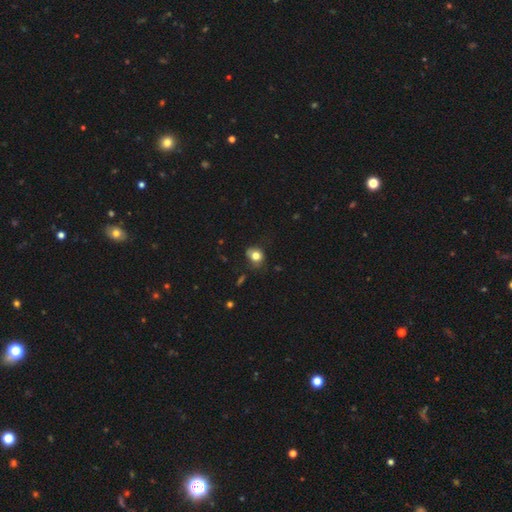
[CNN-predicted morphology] Smooth or featured? Predicted: smooth (p=0.78). How rounded? Predicted: round (p=0.63). Merging? Predicted: none (p=0.60).